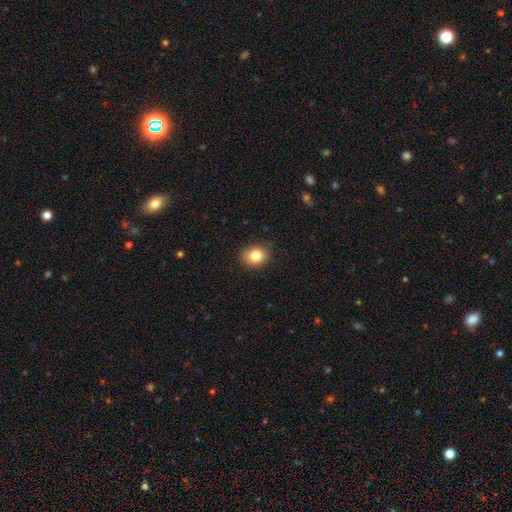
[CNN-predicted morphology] Q: Smooth or featured?
A: smooth (82%); runner-up: star or artifact (10%)
Q: How rounded?
A: round (56%); runner-up: in between (43%)
Q: Merging?
A: none (85%); runner-up: minor disturbance (11%)